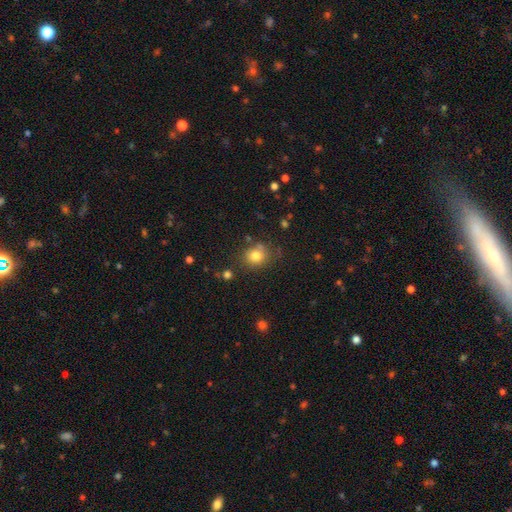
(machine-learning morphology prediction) Smooth or featured: smooth — 80% (star or artifact — 12%)
How rounded: round — 75% (in between — 24%)
Merging: none — 73% (minor disturbance — 14%)